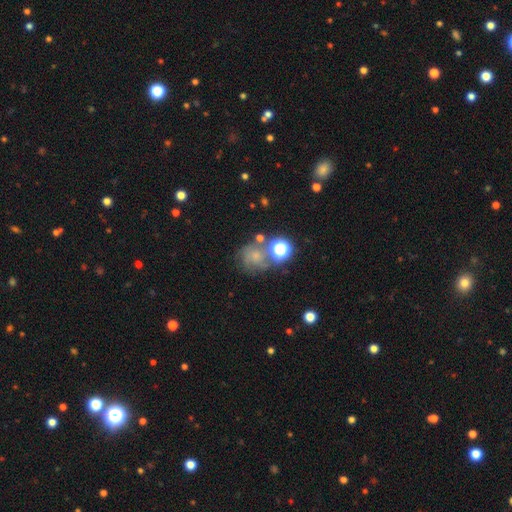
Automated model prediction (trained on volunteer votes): A smooth galaxy with no disk features (41%). Merging: none (51%).